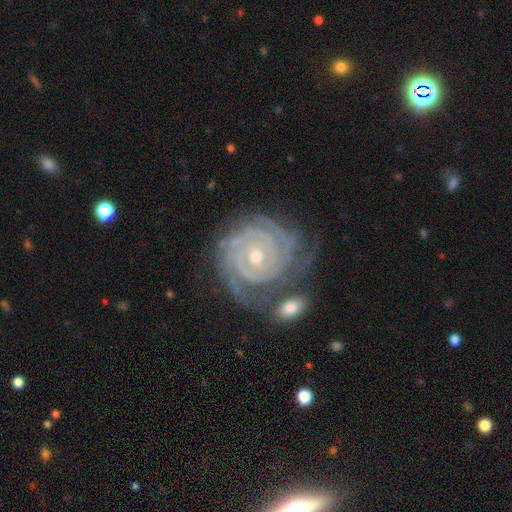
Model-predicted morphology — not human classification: A featured or disk galaxy (91%) with no bar (70%), 3 (29%) tight (87%) spiral arms (98%) and a moderate central bulge (49%).

Vote fractions:
- Smooth or featured? featured or disk: 91% / star or artifact: 5% / smooth: 4%
- Edge-on disk? no: 97% / yes: 3%
- Bar? no: 70% / weak: 22% / strong: 9%
- Spiral arms? yes: 98% / no: 2%
- Spiral winding? tight: 87% / medium: 11% / loose: 2%
- Spiral arm count? 3: 29% / 4: 21% / can't tell: 19% / 2: 17% / more than 4: 8% / 1: 6%
- Bulge size? moderate: 49% / small: 48% / large: 1% / none: 1% / dominant: 1%
- Merging? none: 65% / minor disturbance: 19% / merger: 9% / major disturbance: 7%